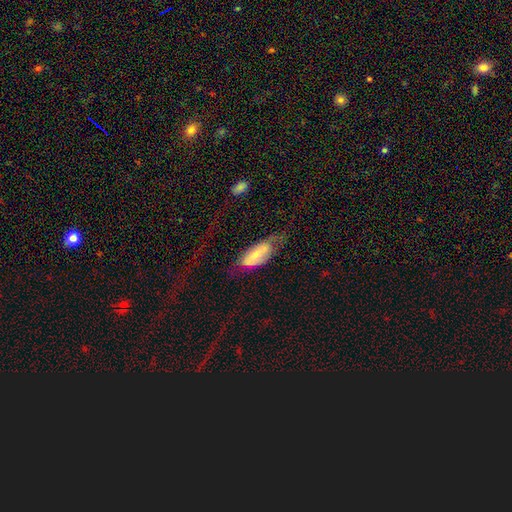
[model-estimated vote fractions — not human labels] A smooth galaxy with no disk features (55%) that is in between round and cigar-shaped (82%). Merging: none (41%).